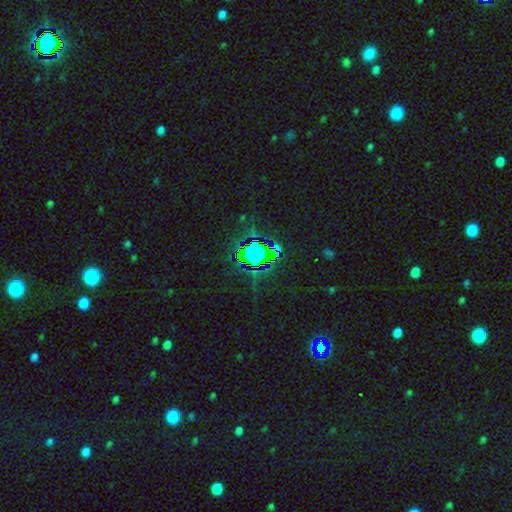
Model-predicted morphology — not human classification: type=star or artifact (77%).